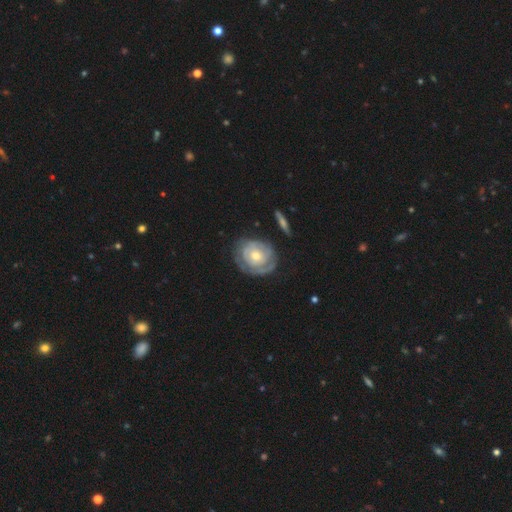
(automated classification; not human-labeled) Overall: featured or disk (77%). Edge-on disk: no (97%). Bar: no (78%). Spiral arms: yes (83%). Spiral arm count: can't tell (45%; 2 25%). Spiral winding: tight (77%). Bulge size: moderate (56%; small 36%). Merging: none (69%).